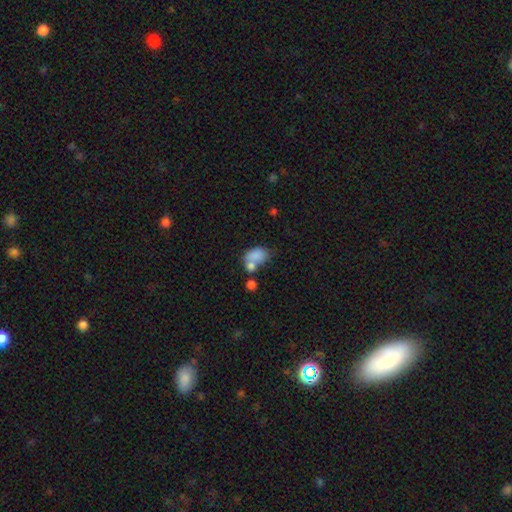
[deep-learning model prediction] Overall: smooth (79%). How rounded: in between (81%). Merging: merger (44%; none 31%).